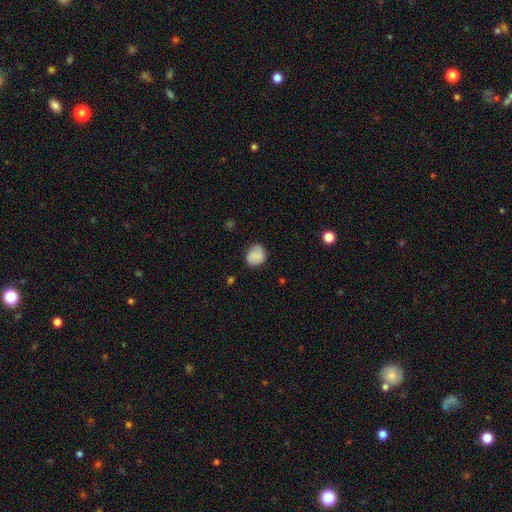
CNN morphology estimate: Smooth or featured?
  - smooth: 83% *
  - featured or disk: 9%
  - star or artifact: 8%
How rounded?
  - round: 69% *
  - in between: 30%
  - cigar-shaped: 1%
Merging?
  - none: 80% *
  - minor disturbance: 15%
  - major disturbance: 3%
  - merger: 1%